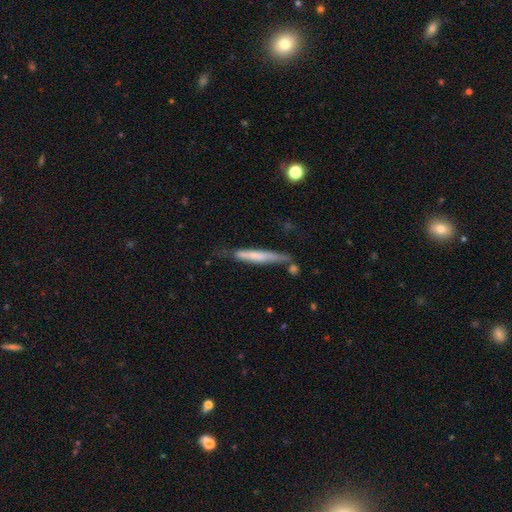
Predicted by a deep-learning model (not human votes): Morphology: type=smooth (53%); roundness=cigar-shaped (94%); merging=none (60%).